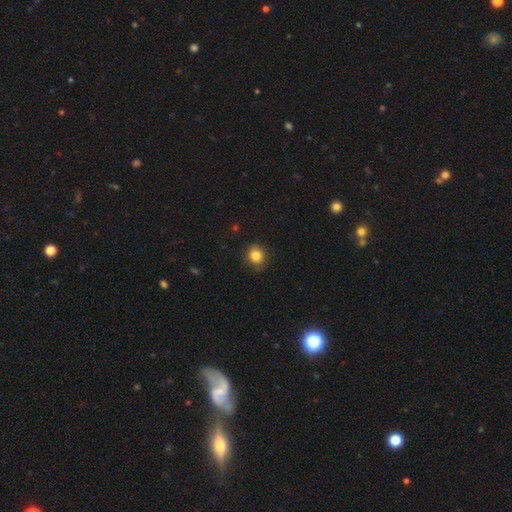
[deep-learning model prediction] This is clearly a smooth galaxy (84%). How rounded: clearly round (81%). Merging: clearly none (83%).